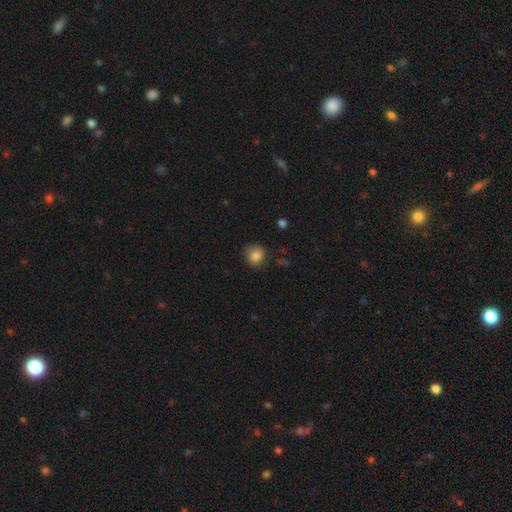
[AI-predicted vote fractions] Overall: smooth (84%). How rounded: round (84%). Merging: none (81%).